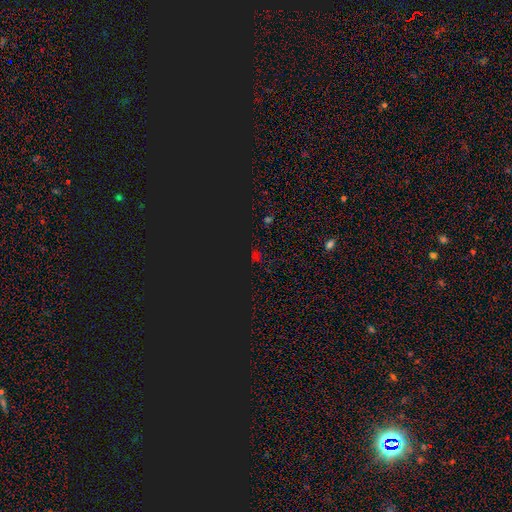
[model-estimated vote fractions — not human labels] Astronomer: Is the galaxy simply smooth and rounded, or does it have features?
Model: star or artifact — 74%.